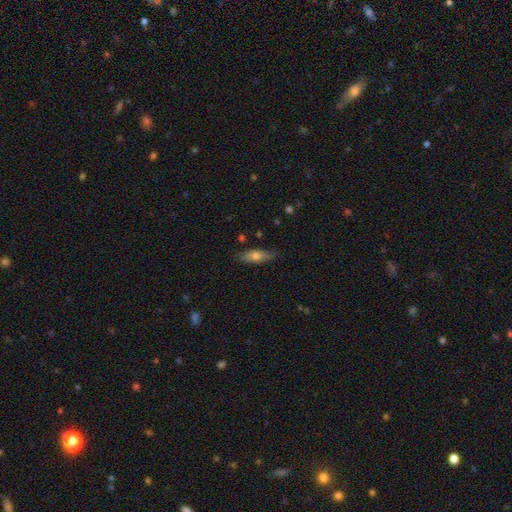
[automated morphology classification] Smooth or featured? Predicted: smooth (p=0.64). How rounded? Predicted: in between (p=0.51). Merging? Predicted: none (p=0.82).